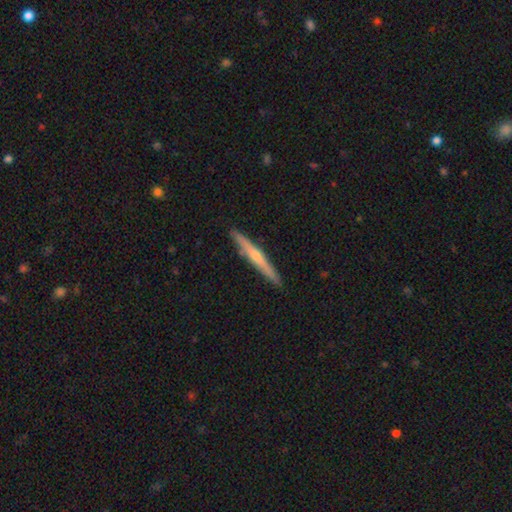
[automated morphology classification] Smooth or featured?
  - featured or disk: 67% *
  - smooth: 27%
  - star or artifact: 6%
Edge-on disk?
  - yes: 97% *
  - no: 3%
Edge-on bulge?
  - rounded: 78% *
  - none: 18%
  - boxy: 4%
Merging?
  - none: 91% *
  - minor disturbance: 7%
  - major disturbance: 1%
  - merger: 1%